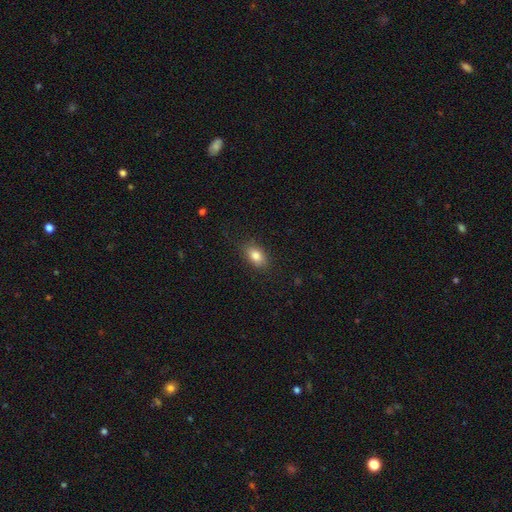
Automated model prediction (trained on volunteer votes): Smooth or featured: smooth — 83% (star or artifact — 9%)
How rounded: in between — 85% (round — 12%)
Merging: none — 84% (minor disturbance — 12%)